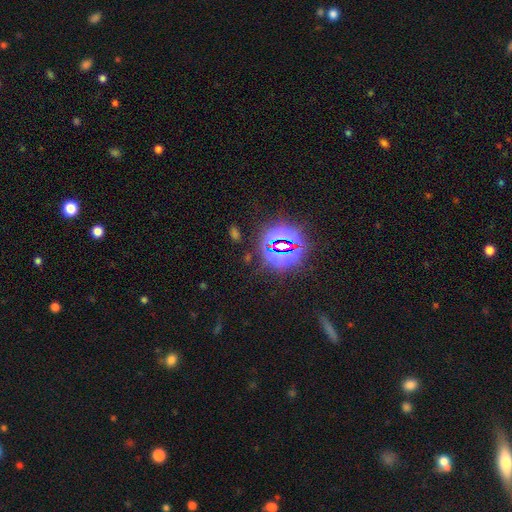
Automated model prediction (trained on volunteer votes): Smooth or featured? star or artifact (83%)